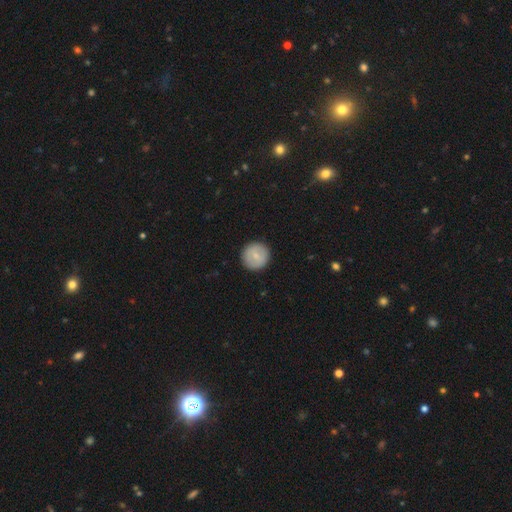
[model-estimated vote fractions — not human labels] A smooth galaxy with no disk features (71%) that is round (95%). Merging: none (92%).